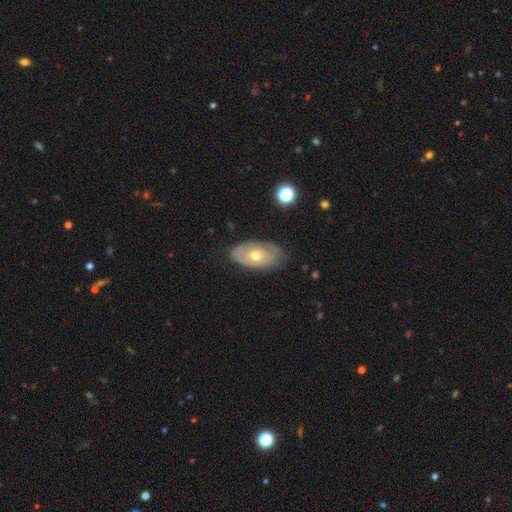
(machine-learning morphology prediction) featured or disk 49%, smooth 44%, star or artifact 7%. Down the decision tree: merging — none (75%).